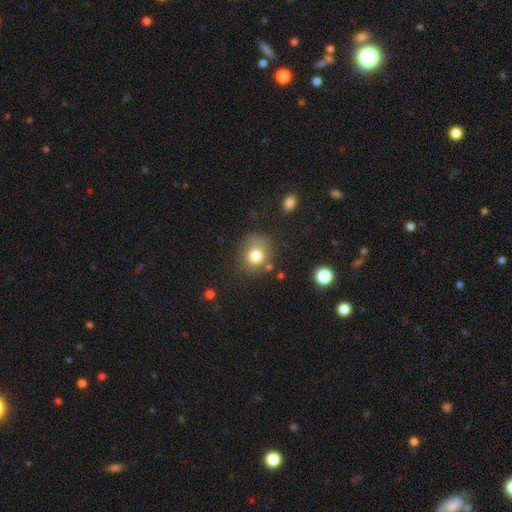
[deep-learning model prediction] The model was most divided on "merging": none: 60%, minor disturbance: 23%, major disturbance: 11%, merger: 6%. More confident: smooth or featured — smooth (78%); how rounded — round (72%).